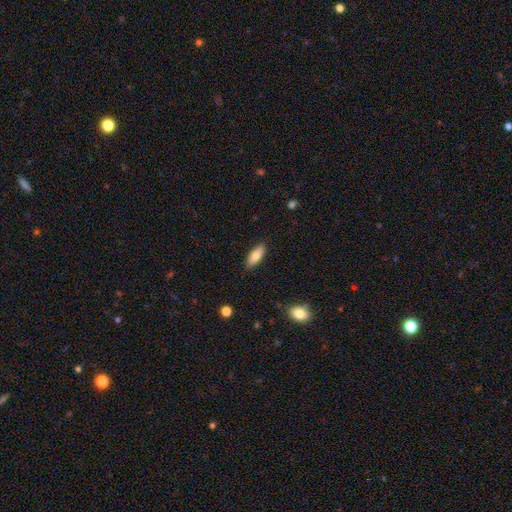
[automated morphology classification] A smooth galaxy with no disk features (71%) that is in between round and cigar-shaped (68%). Merging: none (86%).